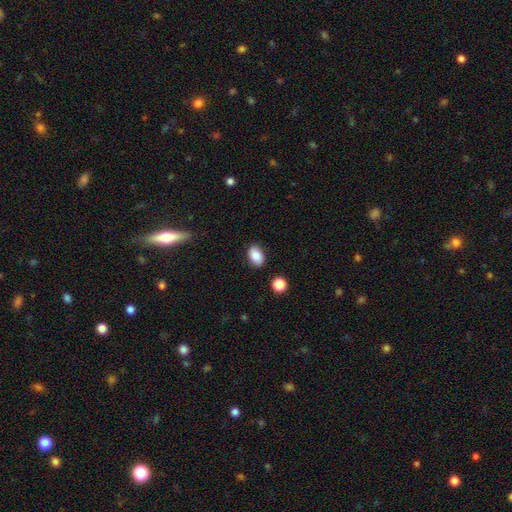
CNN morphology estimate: Smooth or featured? Predicted: smooth (p=0.85). How rounded? Predicted: in between (p=0.85). Merging? Predicted: none (p=0.86).